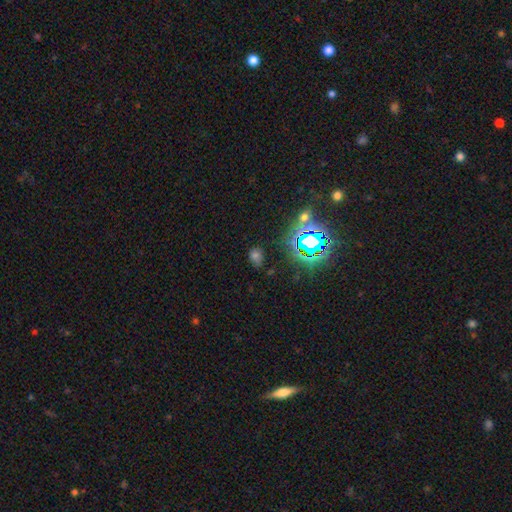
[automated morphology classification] The model was most divided on "smooth or featured": smooth: 46%, star or artifact: 45%, featured or disk: 9%. More confident: merging — none (74%).